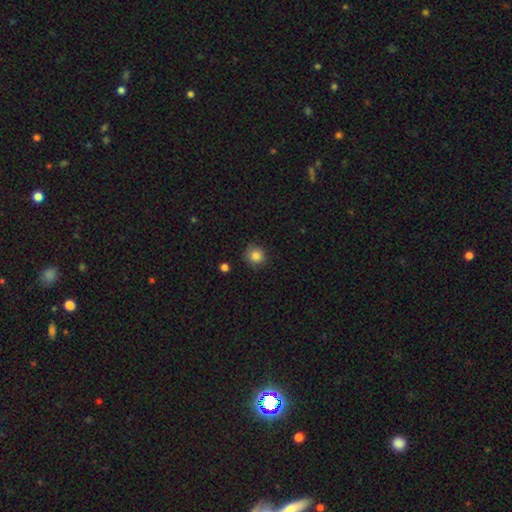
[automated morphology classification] A smooth galaxy with no disk features (85%) that is round (89%). Merging: none (85%).